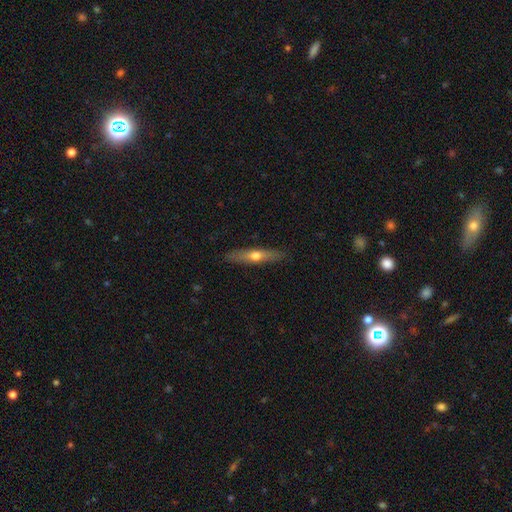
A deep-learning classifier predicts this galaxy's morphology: This is possibly a smooth galaxy (48%). Merging: clearly none (88%).